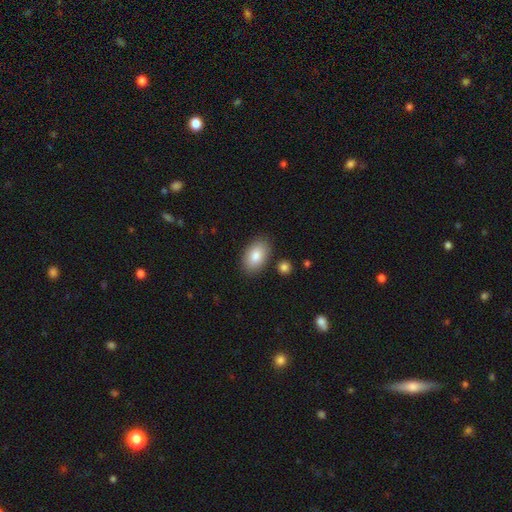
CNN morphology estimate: Smooth or featured: smooth — 85% (featured or disk — 9%)
How rounded: in between — 93% (round — 6%)
Merging: none — 85% (minor disturbance — 10%)